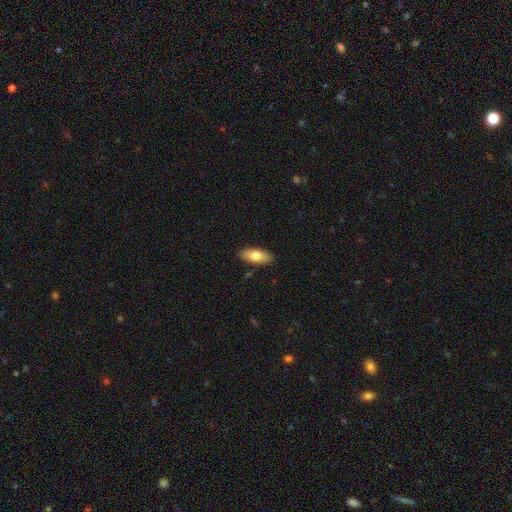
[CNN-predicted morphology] A smooth galaxy with no disk features (73%) that is in between round and cigar-shaped (83%). Merging: none (87%).